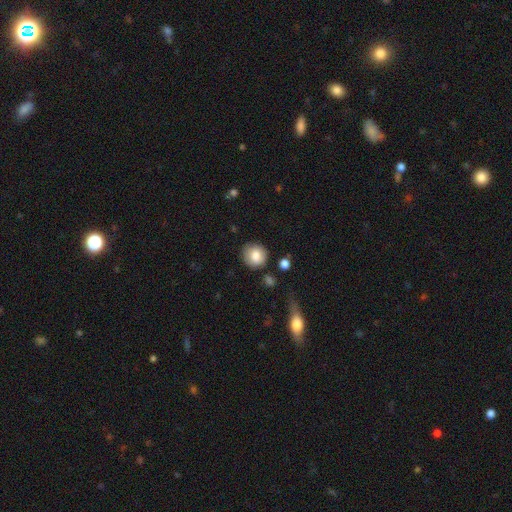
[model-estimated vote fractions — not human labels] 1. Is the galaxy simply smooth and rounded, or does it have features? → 81% smooth, 11% featured or disk, 8% star or artifact.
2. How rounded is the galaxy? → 88% round, 11% in between, 1% cigar-shaped.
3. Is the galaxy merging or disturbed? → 83% none, 11% minor disturbance, 3% major disturbance, 3% merger.